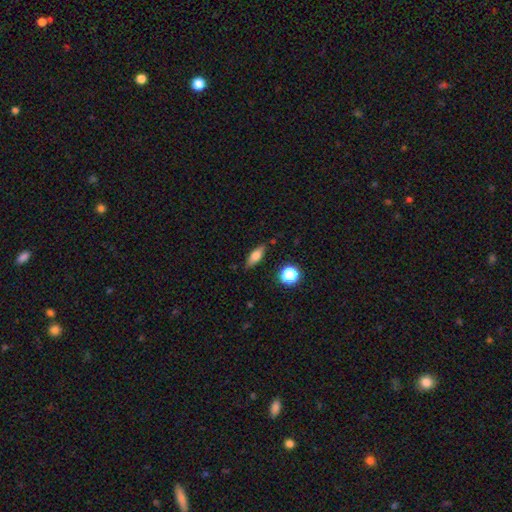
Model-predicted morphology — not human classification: A smooth galaxy with no disk features (69%) that is in between round and cigar-shaped (63%). Merging: none (81%).